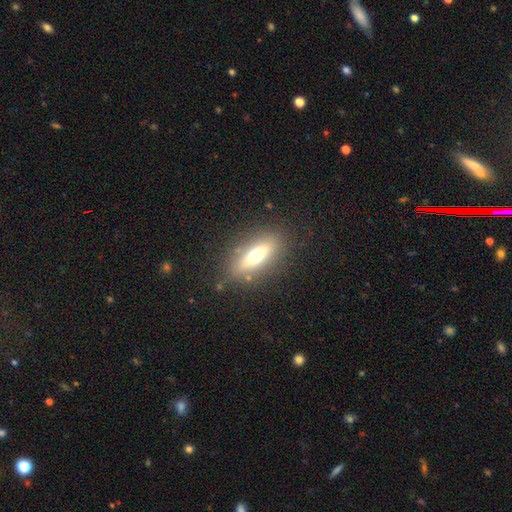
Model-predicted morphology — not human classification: smooth 56%, featured or disk 36%, star or artifact 8%. Down the decision tree: how rounded — in between (56%); merging — none (83%).